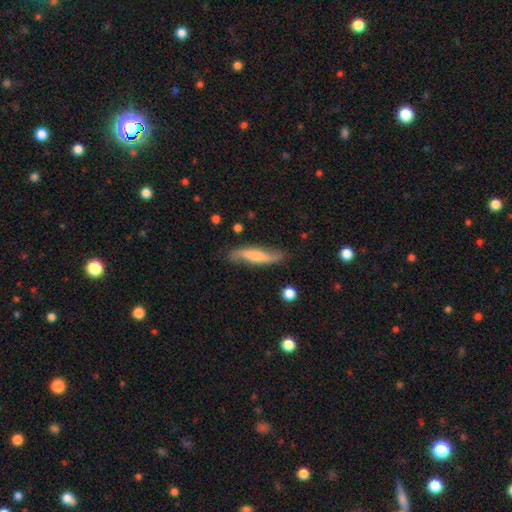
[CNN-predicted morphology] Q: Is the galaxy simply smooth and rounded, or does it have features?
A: featured or disk — 55%.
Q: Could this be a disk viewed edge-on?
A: no — 59%.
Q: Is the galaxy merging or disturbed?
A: none — 77%.